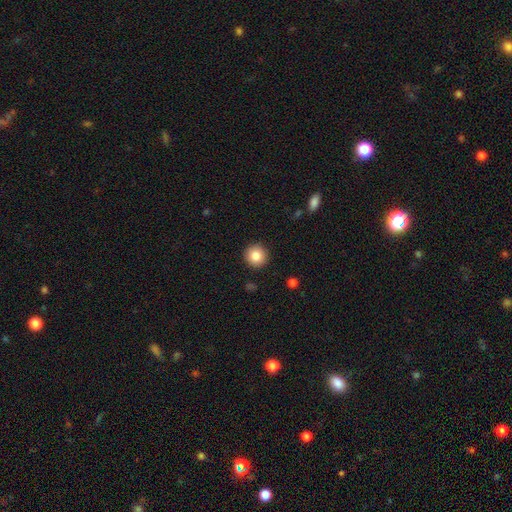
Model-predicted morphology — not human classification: A smooth galaxy with no disk features (85%) that is round (95%). Merging: none (92%).